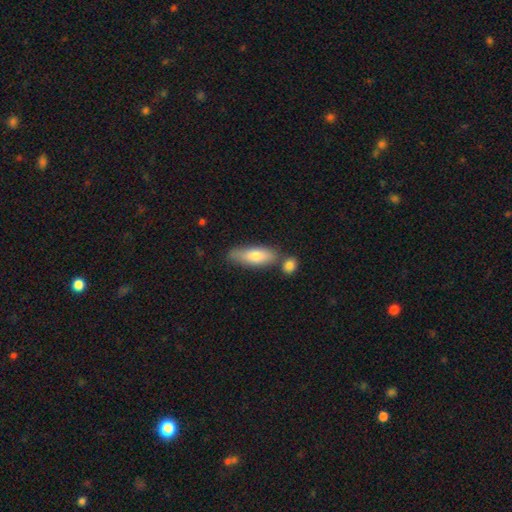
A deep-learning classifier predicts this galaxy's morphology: type=smooth (76%); roundness=in between (62%); merging=none (58%).